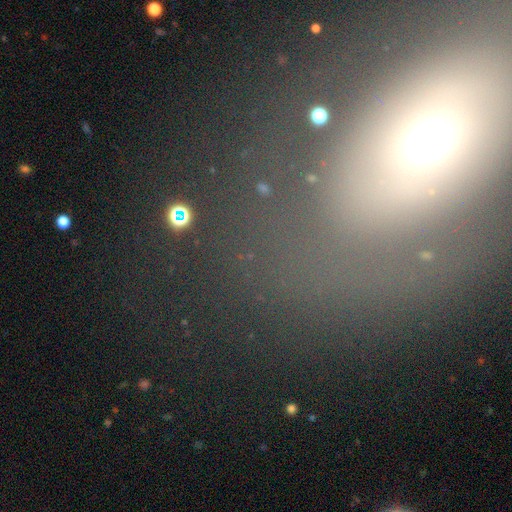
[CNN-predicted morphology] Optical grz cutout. It shows a smooth galaxy with no disk features (39%). Merging: none (60%).